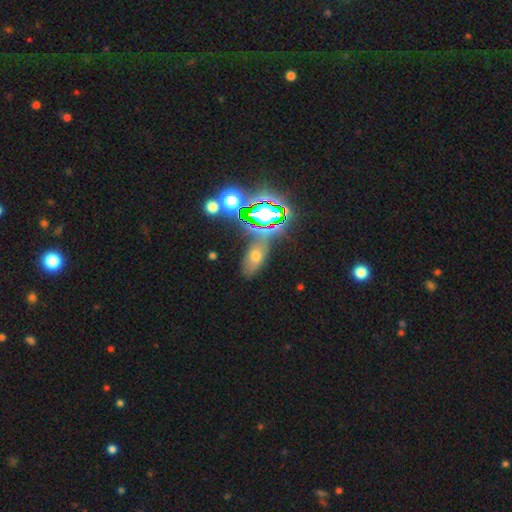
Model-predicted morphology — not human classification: Smooth or featured? Predicted: smooth (p=0.50). How rounded? Predicted: in between (p=0.79). Merging? Predicted: none (p=0.68).